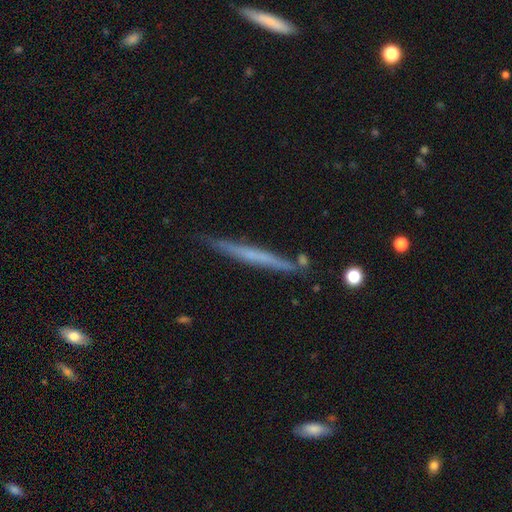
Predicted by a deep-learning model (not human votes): The model was most divided on "smooth or featured": featured or disk: 50%, smooth: 44%, star or artifact: 7%. More confident: merging — none (85%).